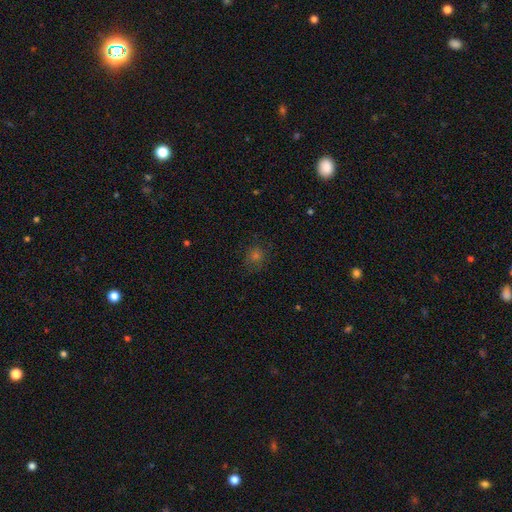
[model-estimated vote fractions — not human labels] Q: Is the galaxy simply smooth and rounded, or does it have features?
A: smooth — 55%.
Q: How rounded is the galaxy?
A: round — 84%.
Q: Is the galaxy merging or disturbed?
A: none — 80%.